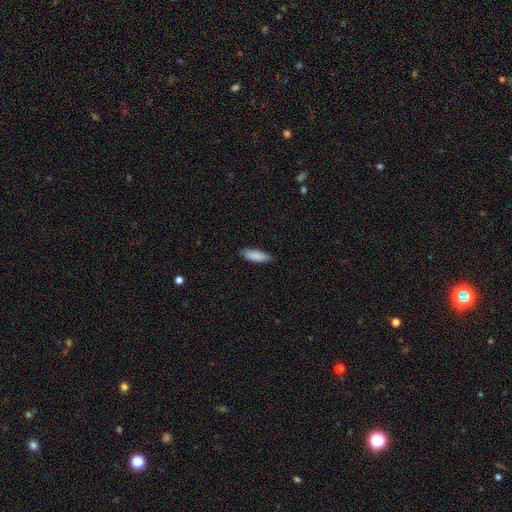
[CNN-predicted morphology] Smooth or featured?
  - smooth: 89% *
  - star or artifact: 6%
  - featured or disk: 5%
How rounded?
  - in between: 59% *
  - cigar-shaped: 40%
  - round: 1%
Merging?
  - none: 84% *
  - minor disturbance: 13%
  - major disturbance: 2%
  - merger: 1%